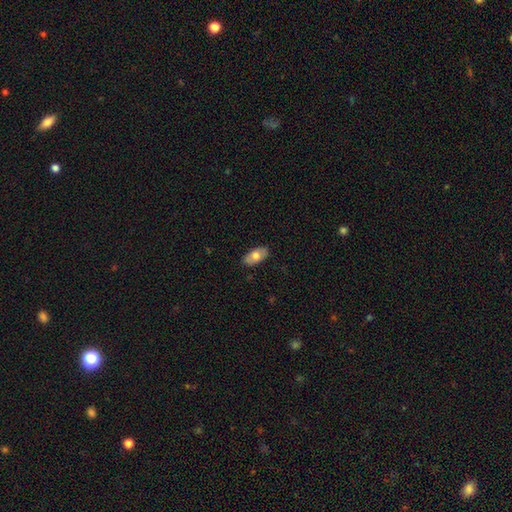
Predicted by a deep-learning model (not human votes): Q: Smooth or featured?
A: smooth (71%); runner-up: featured or disk (23%)
Q: How rounded?
A: in between (93%); runner-up: cigar-shaped (3%)
Q: Merging?
A: none (87%); runner-up: minor disturbance (11%)